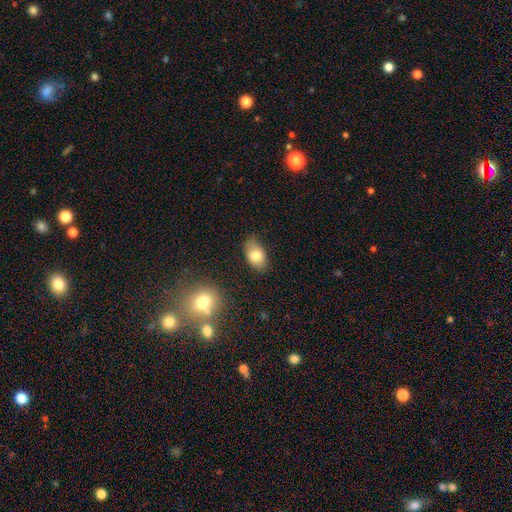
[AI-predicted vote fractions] Overall: smooth (79%). How rounded: in between (90%). Merging: none (76%).